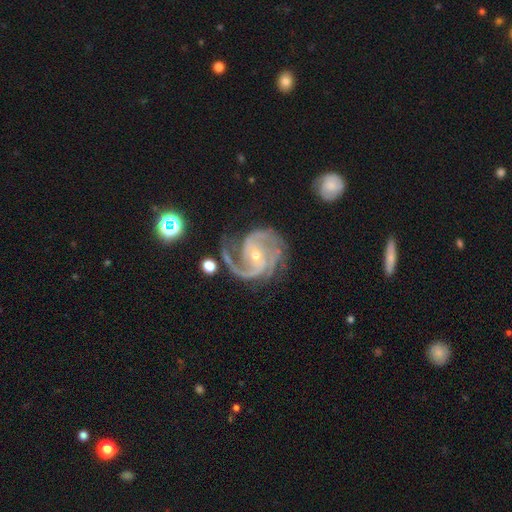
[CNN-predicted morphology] A featured or disk galaxy (92%) with no bar (43%), 2 (55%) medium (55%) spiral arms (98%) and a small central bulge (68%).

Vote fractions:
- Smooth or featured? featured or disk: 92% / star or artifact: 5% / smooth: 3%
- Edge-on disk? no: 98% / yes: 2%
- Bar? no: 43% / weak: 39% / strong: 19%
- Spiral arms? yes: 98% / no: 2%
- Spiral winding? medium: 55% / tight: 30% / loose: 14%
- Spiral arm count? 2: 55% / 3: 23% / can't tell: 8% / 1: 5% / 4: 5% / more than 4: 4%
- Bulge size? small: 68% / moderate: 30% / large: 1% / none: 1% / dominant: 1%
- Merging? none: 60% / minor disturbance: 20% / major disturbance: 16% / merger: 3%